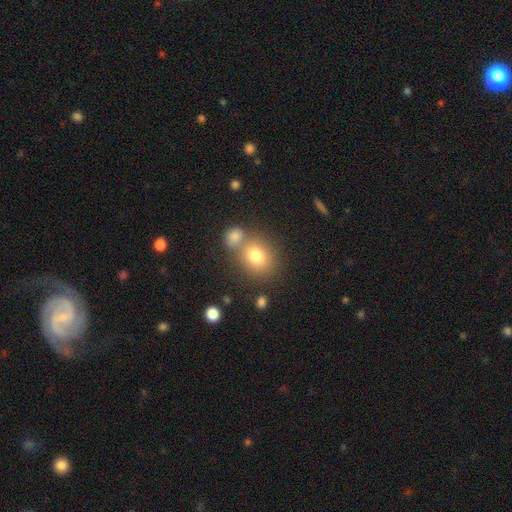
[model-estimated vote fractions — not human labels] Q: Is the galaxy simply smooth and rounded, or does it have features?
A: smooth — 77%.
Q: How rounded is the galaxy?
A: round — 67%.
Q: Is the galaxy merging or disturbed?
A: none — 55%.